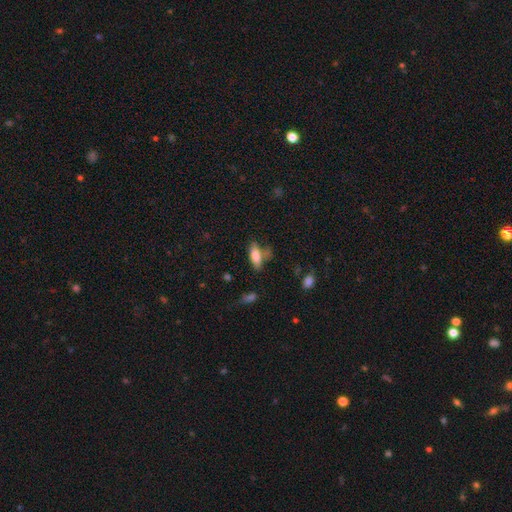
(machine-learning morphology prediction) Overall: smooth (78%). How rounded: in between (71%). Merging: none (57%; minor disturbance 24%).